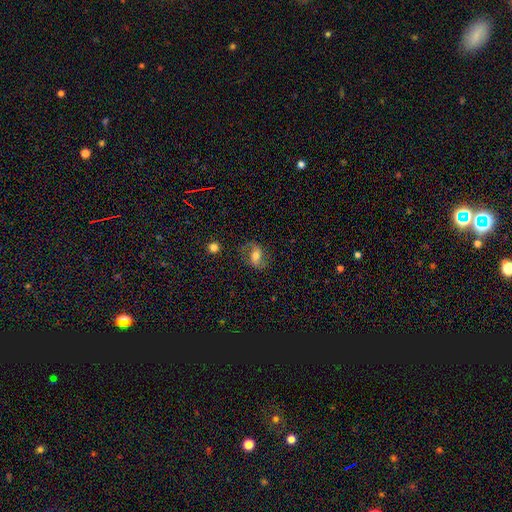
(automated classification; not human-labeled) Smooth or featured: featured or disk — 55% (smooth — 36%)
Edge-on disk: no — 94% (yes — 6%)
Bar: weak — 40% (no — 33%)
Spiral arms: yes — 82% (no — 18%)
Bulge size: moderate — 62% (large — 20%)
Merging: none — 70% (minor disturbance — 18%)